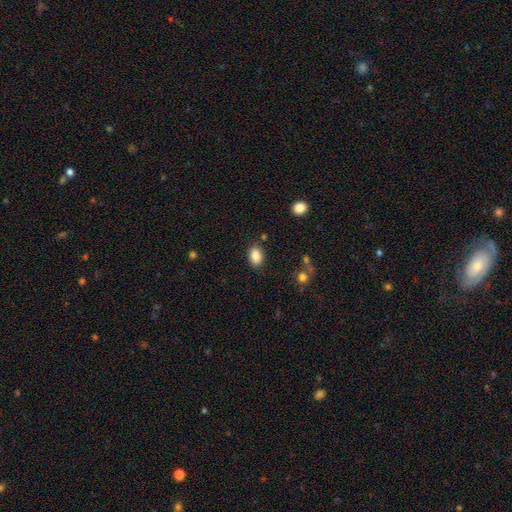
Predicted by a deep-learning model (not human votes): The model was most divided on "how rounded": in between: 84%, round: 15%, cigar-shaped: 1%. More confident: smooth or featured — smooth (86%); merging — none (84%).